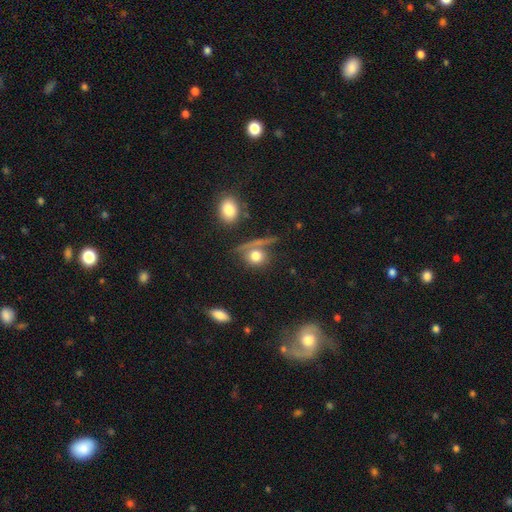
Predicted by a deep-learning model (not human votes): Smooth or featured: smooth — 74% (featured or disk — 14%)
How rounded: round — 73% (in between — 23%)
Merging: none — 57% (merger — 17%)